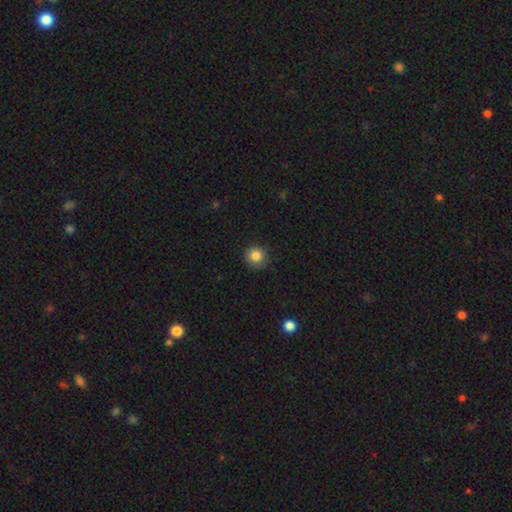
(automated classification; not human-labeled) smooth 85%, star or artifact 10%, featured or disk 5%. Down the decision tree: how rounded — round (92%); merging — none (87%).